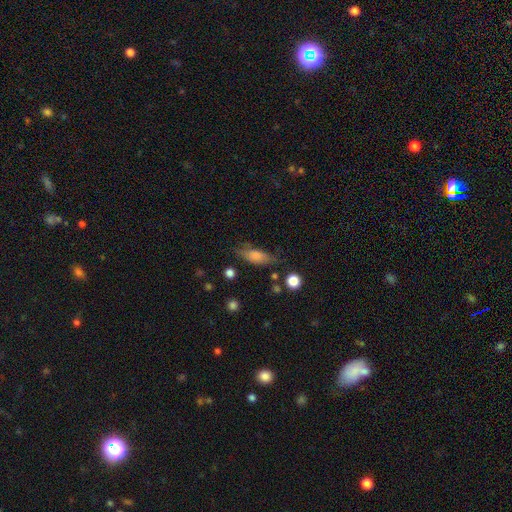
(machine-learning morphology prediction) smooth_or_featured: smooth (p=0.75) [alt: featured or disk p=0.17]
how_rounded: in between (p=0.72) [alt: cigar-shaped p=0.24]
merging: none (p=0.64) [alt: minor disturbance p=0.24]